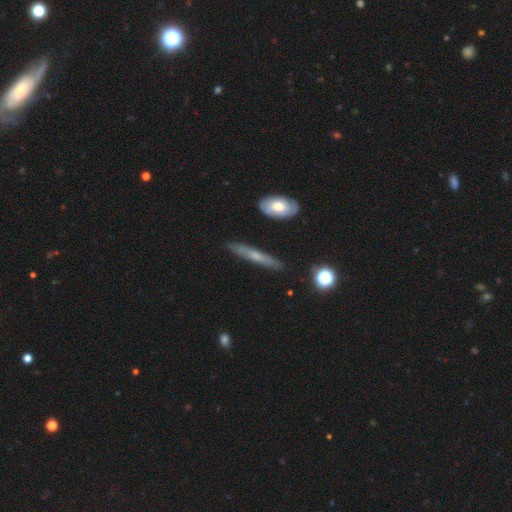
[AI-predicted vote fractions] Smooth or featured? Predicted: featured or disk (p=0.48). Merging? Predicted: none (p=0.85).